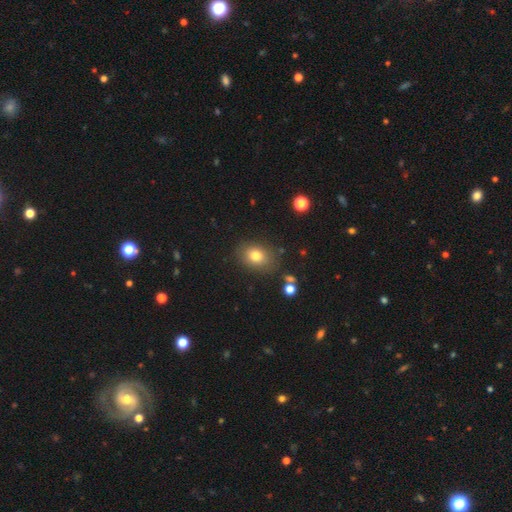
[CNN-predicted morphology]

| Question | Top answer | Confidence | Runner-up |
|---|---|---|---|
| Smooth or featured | smooth | 79% | star or artifact (12%) |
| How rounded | in between | 54% | round (45%) |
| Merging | none | 82% | minor disturbance (11%) |